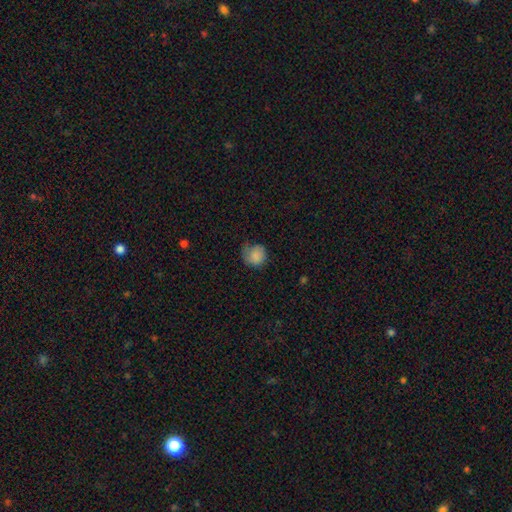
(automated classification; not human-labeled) This is clearly a smooth galaxy (82%). How rounded: clearly round (80%). Merging: possibly none (51%).